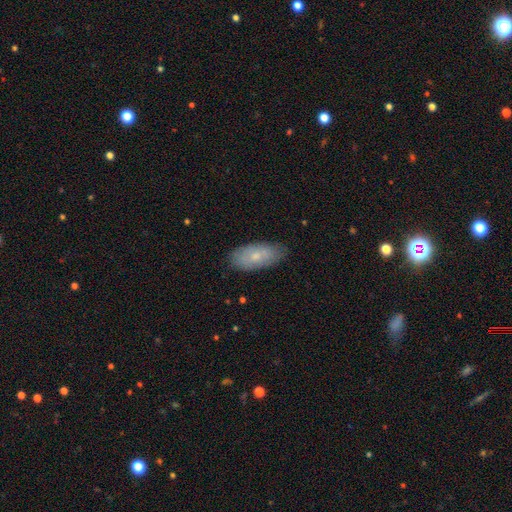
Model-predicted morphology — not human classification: smooth_or_featured: smooth (p=0.66) [alt: featured or disk p=0.27]
how_rounded: in between (p=0.88) [alt: cigar-shaped p=0.09]
merging: none (p=0.80) [alt: minor disturbance p=0.16]